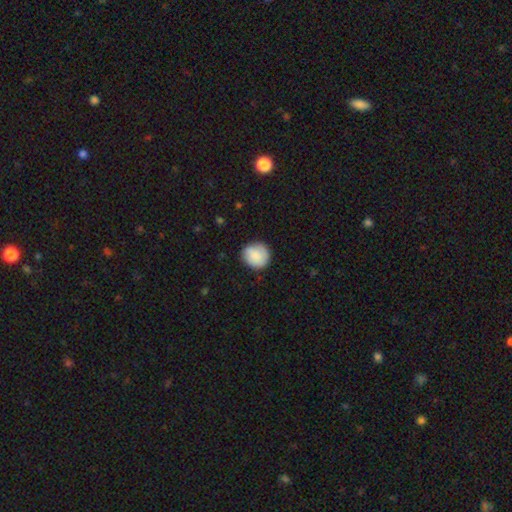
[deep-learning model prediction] This is clearly a smooth galaxy (84%). How rounded: clearly round (89%). Merging: clearly none (82%).